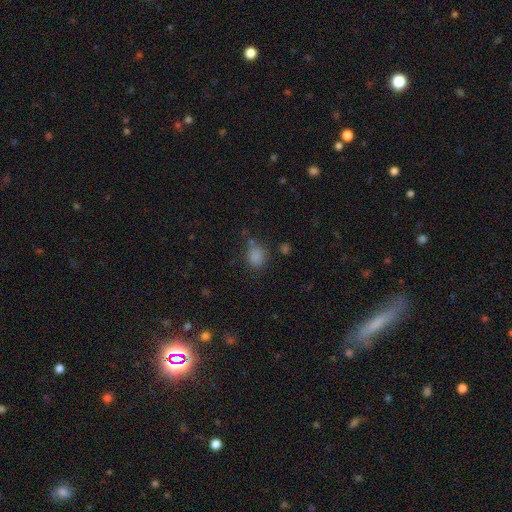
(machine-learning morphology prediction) Smooth or featured?
  - smooth: 81% *
  - star or artifact: 14%
  - featured or disk: 5%
How rounded?
  - round: 64% *
  - in between: 35%
  - cigar-shaped: 1%
Merging?
  - none: 67% *
  - minor disturbance: 20%
  - major disturbance: 7%
  - merger: 6%